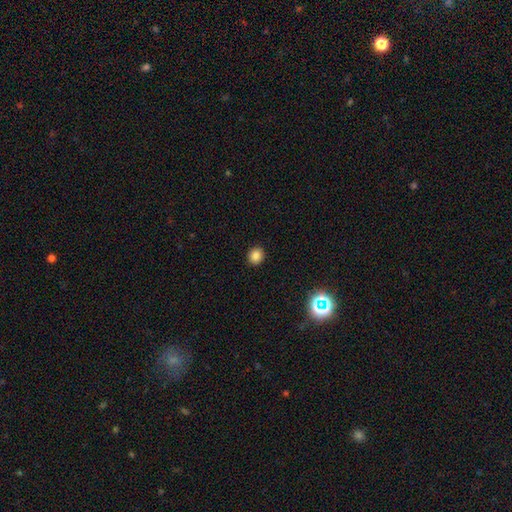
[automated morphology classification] A smooth galaxy with no disk features (83%) that is round (79%).

Vote fractions:
- Smooth or featured? smooth: 83% / star or artifact: 12% / featured or disk: 4%
- How rounded? round: 79% / in between: 21% / cigar-shaped: 1%
- Merging? none: 92% / minor disturbance: 5% / major disturbance: 2% / merger: 1%